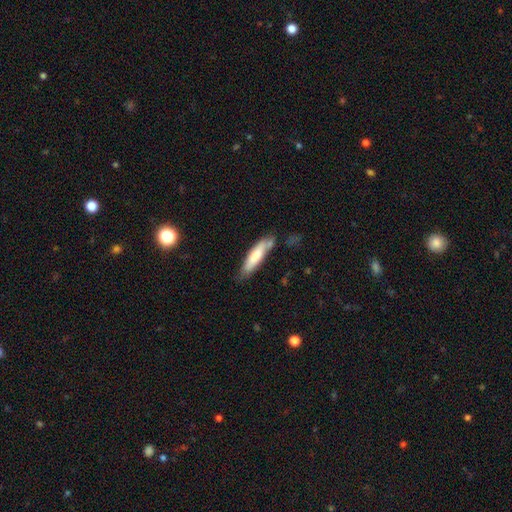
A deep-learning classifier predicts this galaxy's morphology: Smooth or featured: smooth — 70% (featured or disk — 24%)
How rounded: cigar-shaped — 75% (in between — 24%)
Merging: none — 63% (minor disturbance — 22%)